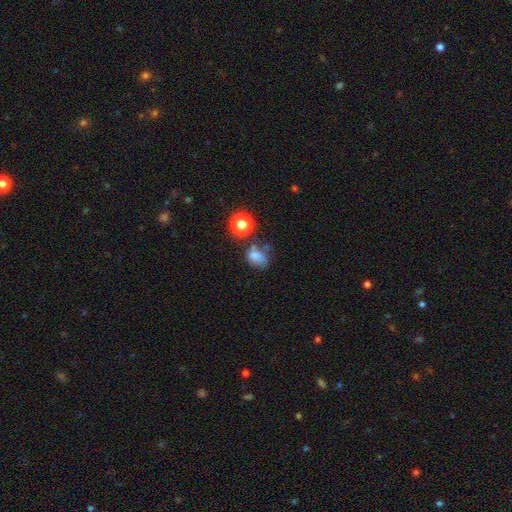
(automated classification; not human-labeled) Overall: smooth (70%). How rounded: in between (61%; round 38%). Merging: none (42%; minor disturbance 26%).